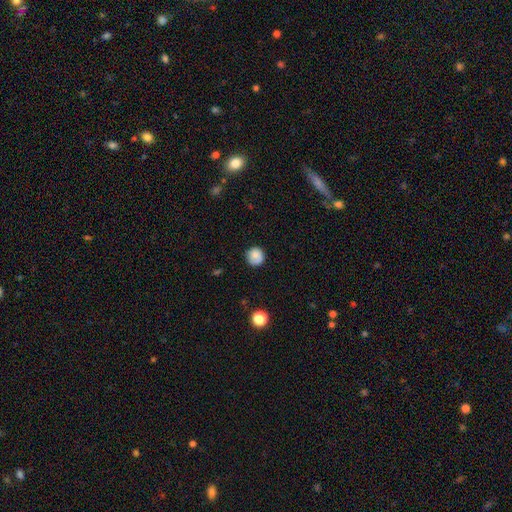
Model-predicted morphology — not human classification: A smooth galaxy with no disk features (81%) that is round (91%).

Vote fractions:
- Smooth or featured? smooth: 81% / featured or disk: 10% / star or artifact: 9%
- How rounded? round: 91% / in between: 8% / cigar-shaped: 1%
- Merging? none: 78% / minor disturbance: 17% / major disturbance: 4% / merger: 1%